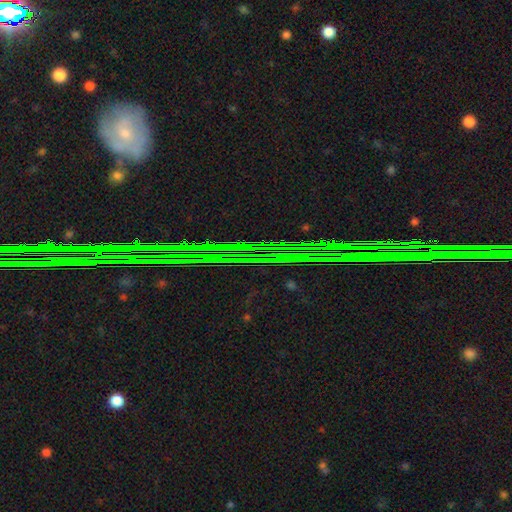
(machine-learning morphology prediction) Overall: star or artifact (79%).